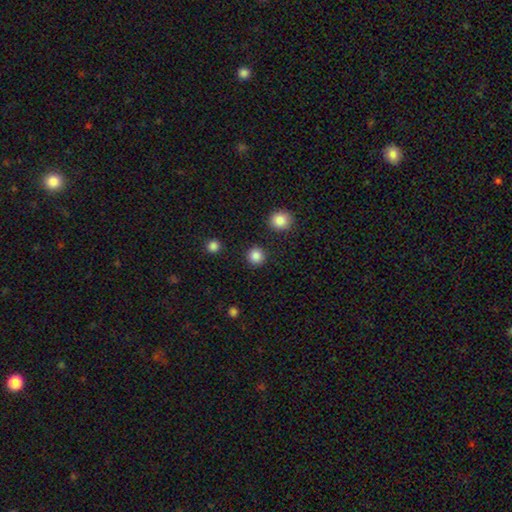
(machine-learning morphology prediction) A smooth galaxy with no disk features (86%) that is round (94%).

Vote fractions:
- Smooth or featured? smooth: 86% / star or artifact: 11% / featured or disk: 3%
- How rounded? round: 94% / in between: 5% / cigar-shaped: 1%
- Merging? none: 91% / minor disturbance: 5% / major disturbance: 2% / merger: 2%